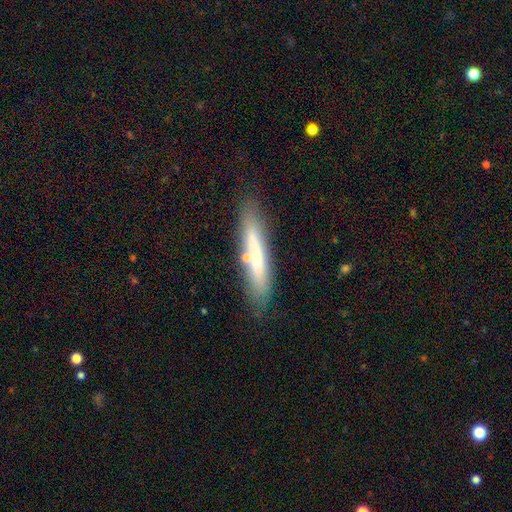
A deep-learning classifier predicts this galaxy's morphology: Overall: smooth (56%; featured or disk 35%). How rounded: cigar-shaped (89%). Merging: none (77%).